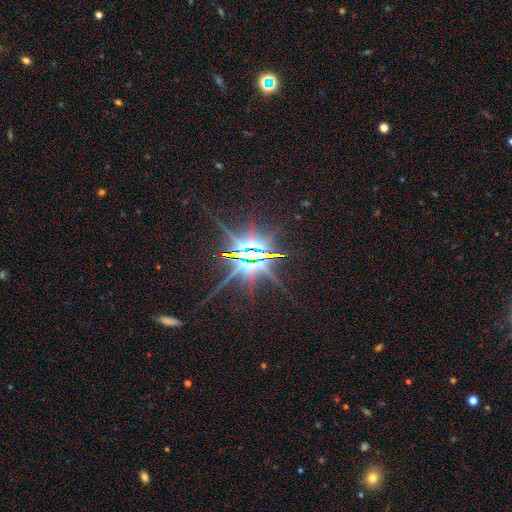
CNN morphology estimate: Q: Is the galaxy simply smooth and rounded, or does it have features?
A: star or artifact — 84%.